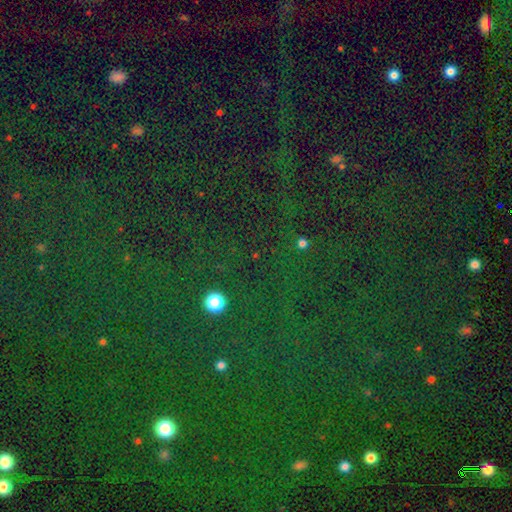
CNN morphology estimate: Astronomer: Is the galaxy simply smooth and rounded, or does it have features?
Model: star or artifact — 61%.